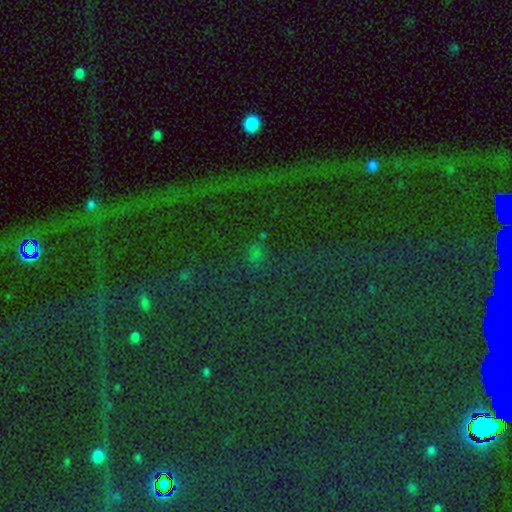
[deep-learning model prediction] Smooth or featured? Predicted: star or artifact (p=0.61).